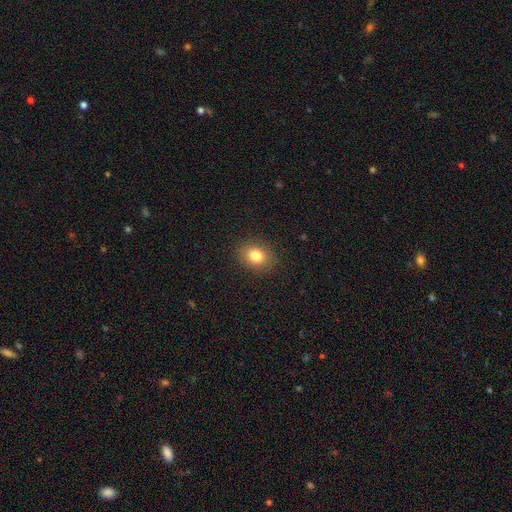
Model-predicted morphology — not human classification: Smooth or featured? smooth (82%)
How rounded? in between (54%)
Merging? none (88%)